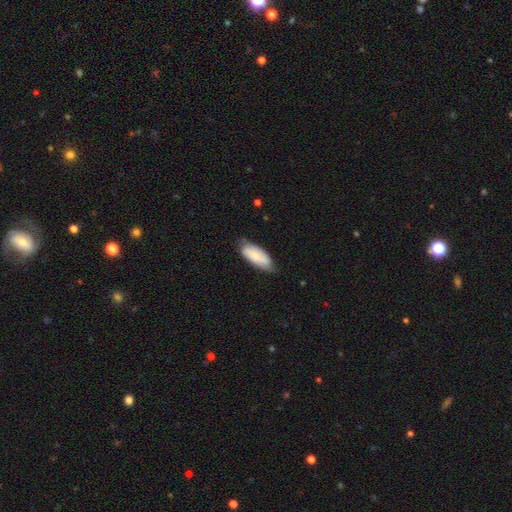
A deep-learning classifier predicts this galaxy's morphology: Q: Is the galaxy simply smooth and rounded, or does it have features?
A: smooth — 71%.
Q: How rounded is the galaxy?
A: in between — 84%.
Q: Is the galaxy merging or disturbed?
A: none — 67%.